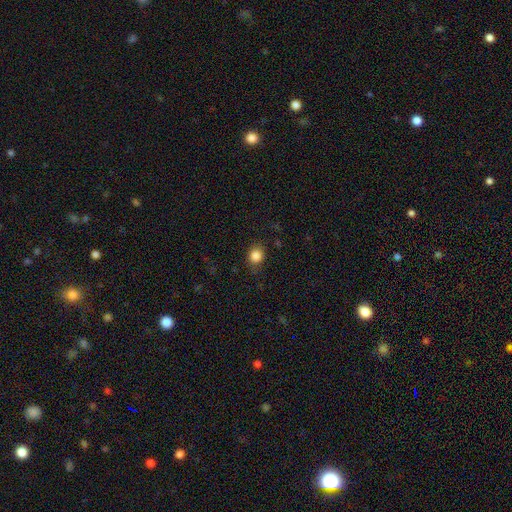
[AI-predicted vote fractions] Overall: smooth (85%). How rounded: round (73%). Merging: none (83%).